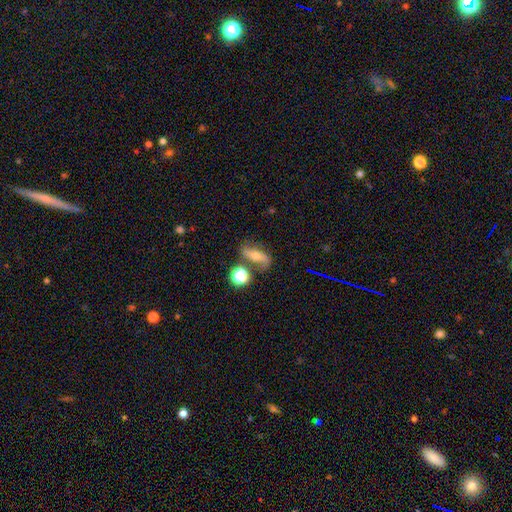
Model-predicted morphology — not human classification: smooth_or_featured: featured or disk (p=0.56) [alt: smooth p=0.30]
disk_edge_on: no (p=0.85) [alt: yes p=0.15]
merging: none (p=0.64) [alt: minor disturbance p=0.16]